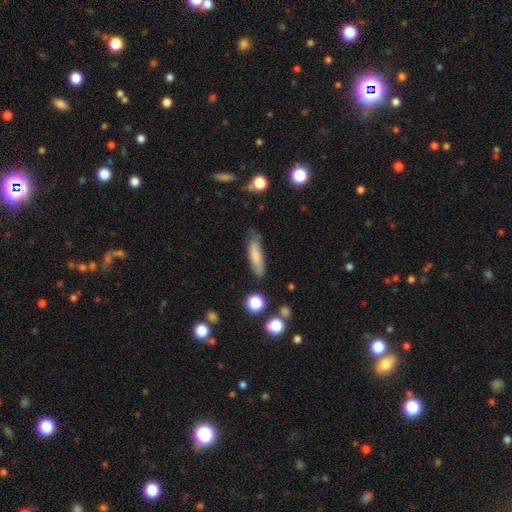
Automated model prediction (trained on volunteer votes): The model was most divided on "how rounded": cigar-shaped: 63%, in between: 35%, round: 2%. More confident: smooth or featured — smooth (78%); merging — none (69%).